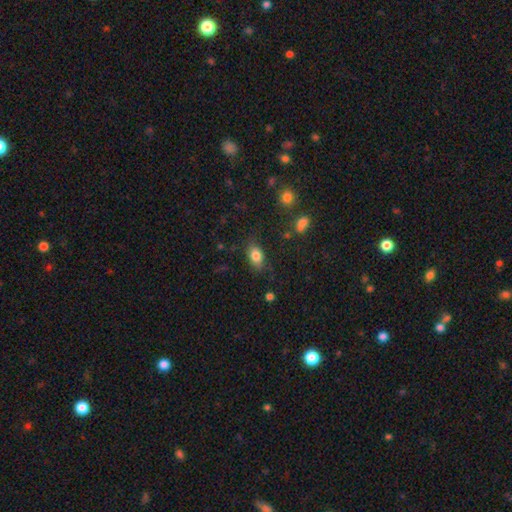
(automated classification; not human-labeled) Smooth or featured? smooth (81%)
How rounded? in between (85%)
Merging? none (77%)